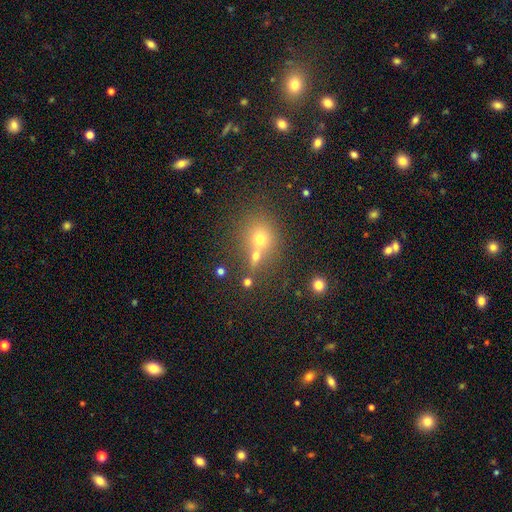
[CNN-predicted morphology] Overall: smooth (63%). How rounded: round (68%). Merging: merger (44%; none 43%).